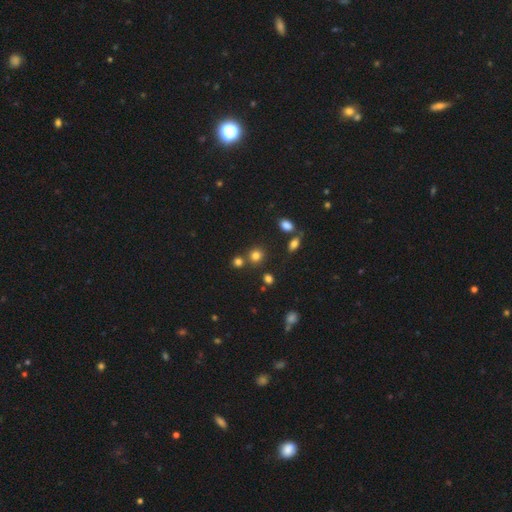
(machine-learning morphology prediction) smooth 77%, star or artifact 17%, featured or disk 7%. Down the decision tree: how rounded — round (85%); merging — none (71%).